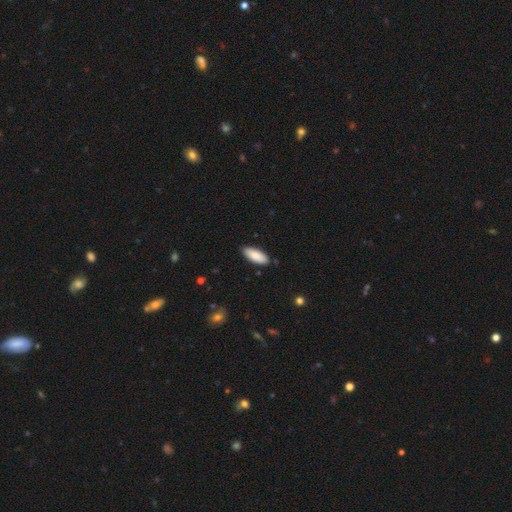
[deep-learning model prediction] smooth-or-featured: smooth: 87% | featured or disk: 7% | star or artifact: 6%
  how-rounded: in between: 81% | cigar-shaped: 18% | round: 1%
  merging: none: 86% | minor disturbance: 11% | major disturbance: 2% | merger: 1%